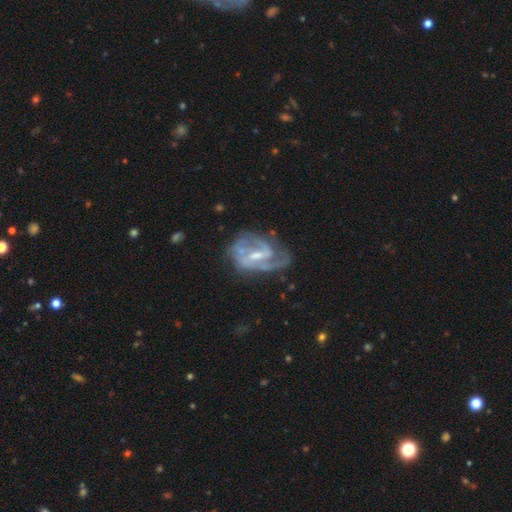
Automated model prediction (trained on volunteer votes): This is clearly a featured or disk galaxy (87%). It is clearly not viewed edge-on (97%). Bar: possibly weak (54%). Spiral arm pattern: clearly yes (93%). Spiral arm count: possibly 2 (57%). Spiral winding: possibly medium (49%). Central bulge: possibly small (46%). Merging: possibly none (52%).